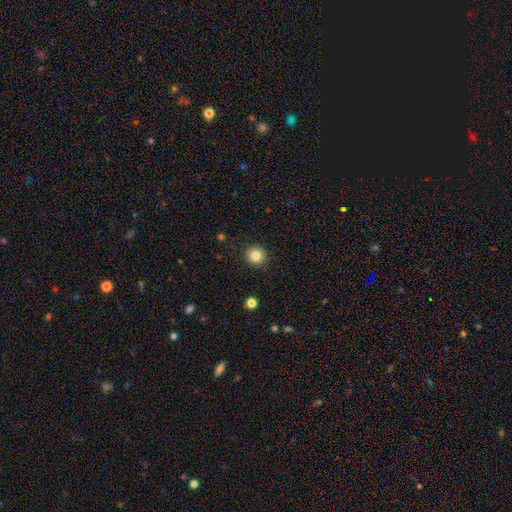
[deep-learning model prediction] The model was most divided on "smooth or featured": smooth: 84%, star or artifact: 11%, featured or disk: 6%. More confident: how rounded — round (91%); merging — none (90%).